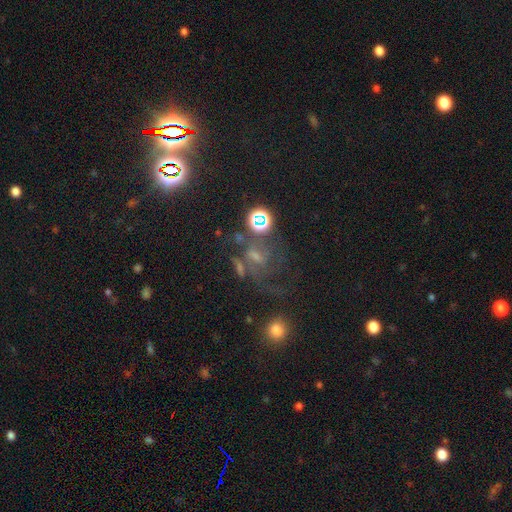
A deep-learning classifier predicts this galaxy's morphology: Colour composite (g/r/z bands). It shows a smooth galaxy with no disk features (34%). Merging: none (39%).